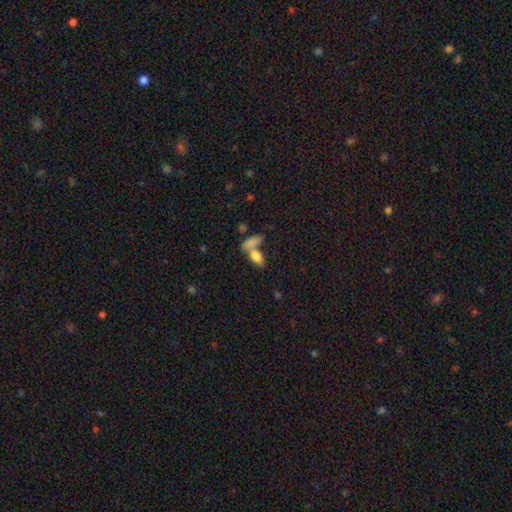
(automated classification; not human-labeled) Q: Smooth or featured?
A: smooth (79%); runner-up: featured or disk (13%)
Q: How rounded?
A: in between (80%); runner-up: cigar-shaped (15%)
Q: Merging?
A: merger (45%); runner-up: none (41%)